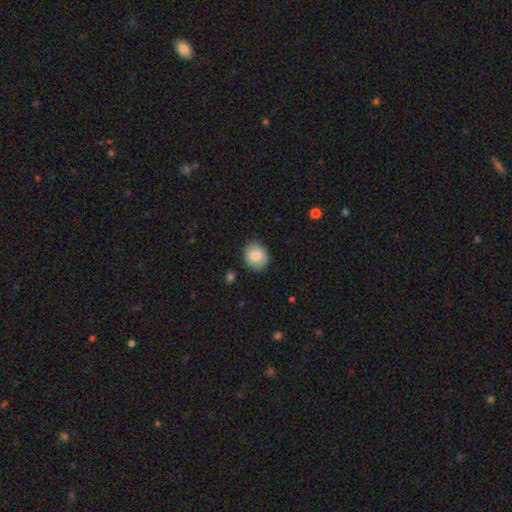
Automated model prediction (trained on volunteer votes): smooth_or_featured: smooth (p=0.80) [alt: featured or disk p=0.13]
how_rounded: round (p=0.56) [alt: in between p=0.43]
merging: none (p=0.84) [alt: minor disturbance p=0.12]